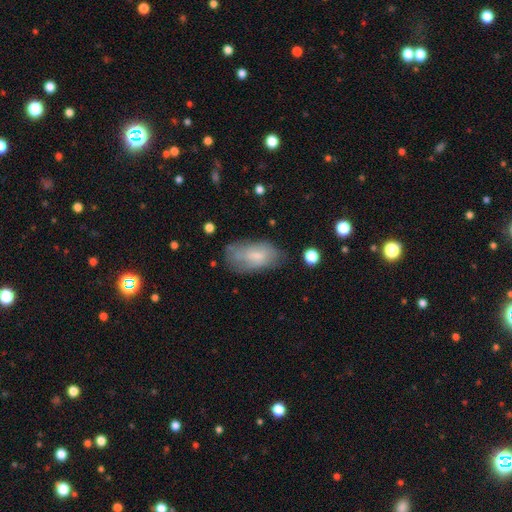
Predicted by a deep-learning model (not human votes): smooth 69%, featured or disk 24%, star or artifact 7%. Down the decision tree: how rounded — in between (93%); merging — none (62%).